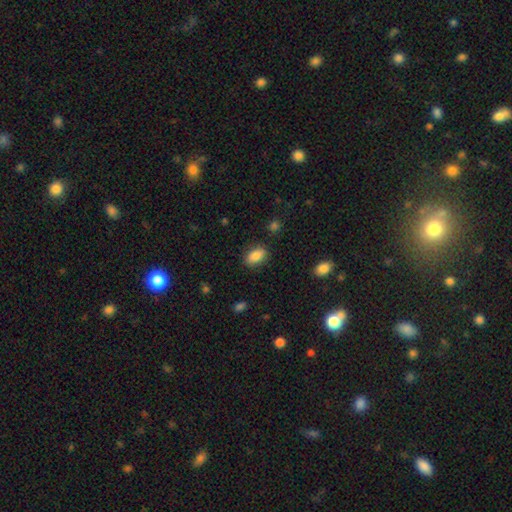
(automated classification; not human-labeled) The model was most divided on "merging": none: 84%, minor disturbance: 11%, major disturbance: 3%, merger: 2%. More confident: how rounded — in between (89%); smooth or featured — smooth (86%).